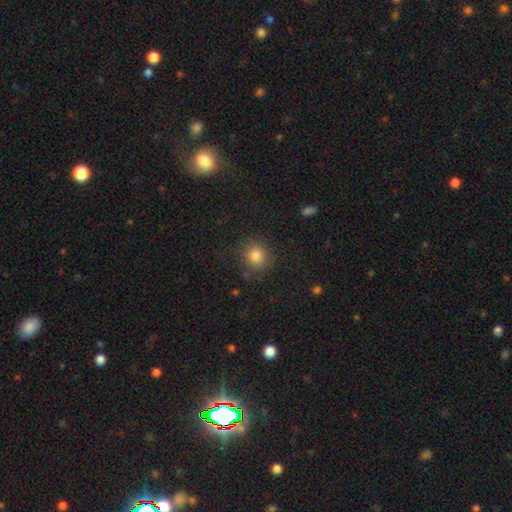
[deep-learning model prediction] Q: Smooth or featured?
A: smooth (82%); runner-up: star or artifact (12%)
Q: How rounded?
A: round (84%); runner-up: in between (15%)
Q: Merging?
A: none (82%); runner-up: minor disturbance (12%)